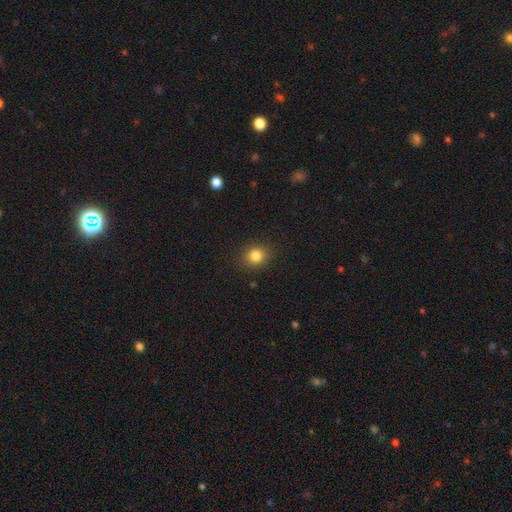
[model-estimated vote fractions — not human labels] smooth-or-featured: smooth: 84% | star or artifact: 12% | featured or disk: 5%
  how-rounded: round: 81% | in between: 18% | cigar-shaped: 1%
  merging: none: 89% | minor disturbance: 7% | major disturbance: 2% | merger: 1%